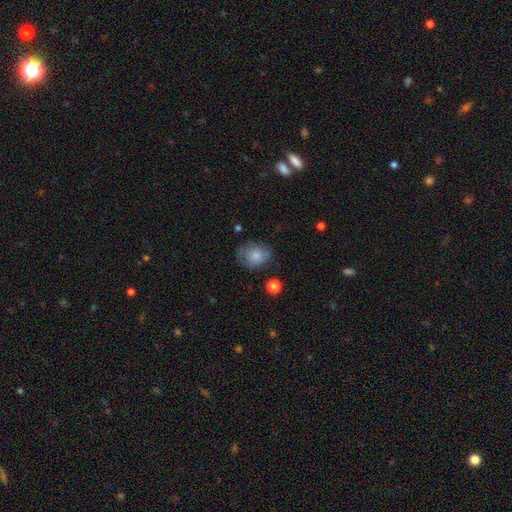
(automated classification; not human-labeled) This is likely a smooth galaxy (80%). How rounded: possibly round (53%). Merging: likely none (63%).